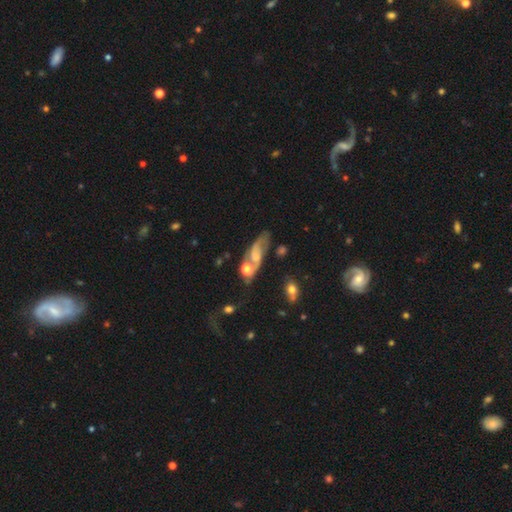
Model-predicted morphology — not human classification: Overall: featured or disk (56%; smooth 32%). Edge-on disk: no (82%). Merging: none (42%; minor disturbance 21%).